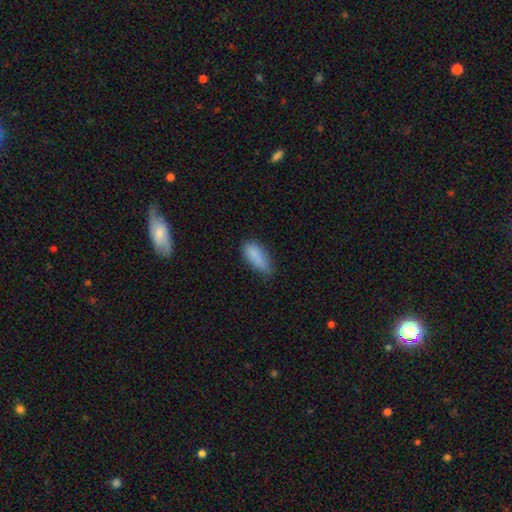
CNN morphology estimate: Q: Smooth or featured?
A: smooth (86%); runner-up: star or artifact (8%)
Q: How rounded?
A: in between (77%); runner-up: cigar-shaped (20%)
Q: Merging?
A: none (56%); runner-up: minor disturbance (35%)